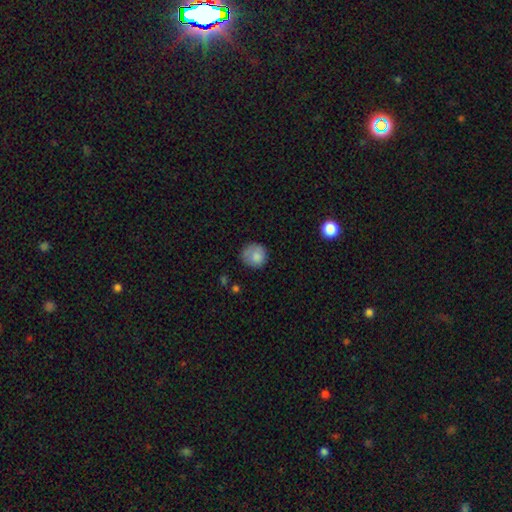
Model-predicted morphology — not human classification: Smooth or featured: smooth — 82% (featured or disk — 9%)
How rounded: round — 85% (in between — 14%)
Merging: none — 66% (minor disturbance — 24%)